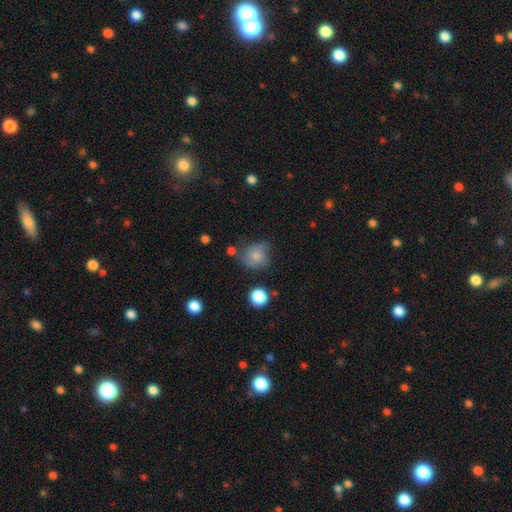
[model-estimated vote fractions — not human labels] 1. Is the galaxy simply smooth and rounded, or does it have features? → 76% smooth, 14% featured or disk, 11% star or artifact.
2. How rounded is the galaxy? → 75% round, 24% in between, 1% cigar-shaped.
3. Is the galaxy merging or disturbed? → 54% none, 29% minor disturbance, 11% major disturbance, 6% merger.